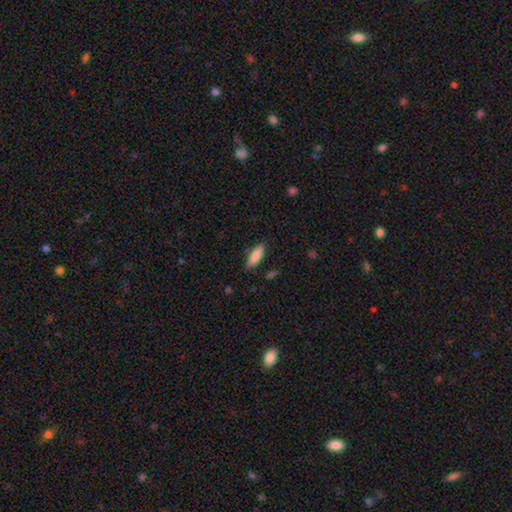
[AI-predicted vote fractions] Q: Smooth or featured?
A: smooth (85%); runner-up: featured or disk (8%)
Q: How rounded?
A: in between (64%); runner-up: cigar-shaped (34%)
Q: Merging?
A: none (83%); runner-up: minor disturbance (13%)